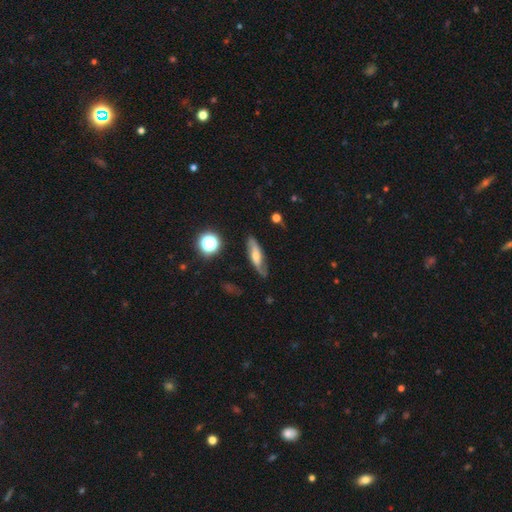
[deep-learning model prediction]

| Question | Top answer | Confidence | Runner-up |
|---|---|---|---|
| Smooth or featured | featured or disk | 56% | smooth (35%) |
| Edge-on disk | no | 68% | yes (32%) |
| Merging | none | 73% | minor disturbance (19%) |